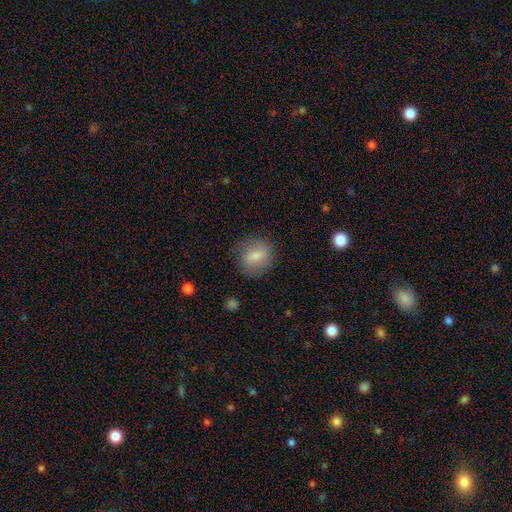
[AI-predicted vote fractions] This appears to be a smooth galaxy with no disk features (68%) that is round (71%). Merging: none (80%).